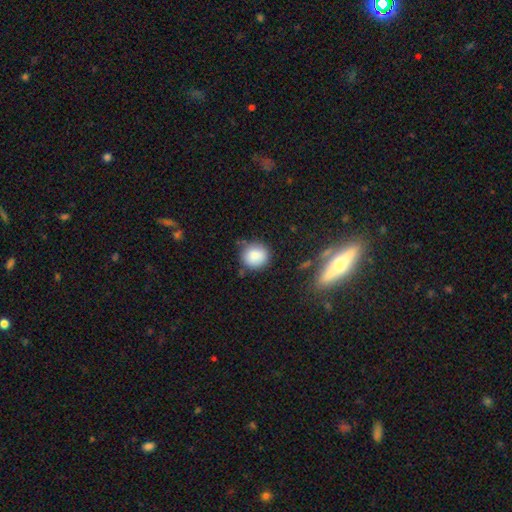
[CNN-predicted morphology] Smooth or featured? Predicted: smooth (p=0.85). How rounded? Predicted: round (p=0.86). Merging? Predicted: none (p=0.76).